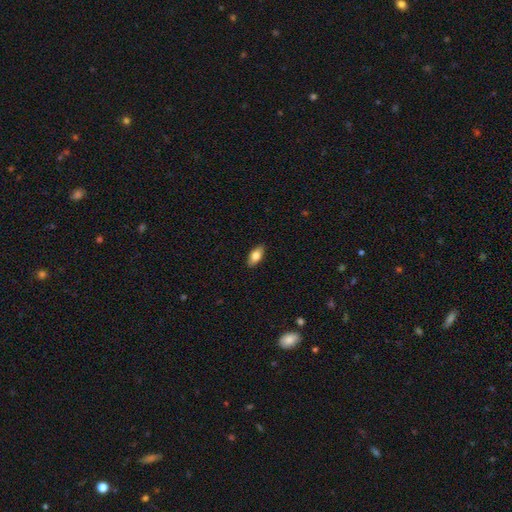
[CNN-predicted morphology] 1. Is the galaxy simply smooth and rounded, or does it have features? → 79% smooth, 14% featured or disk, 7% star or artifact.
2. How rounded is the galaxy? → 88% in between, 9% cigar-shaped, 3% round.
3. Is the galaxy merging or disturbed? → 89% none, 9% minor disturbance, 2% major disturbance, 1% merger.